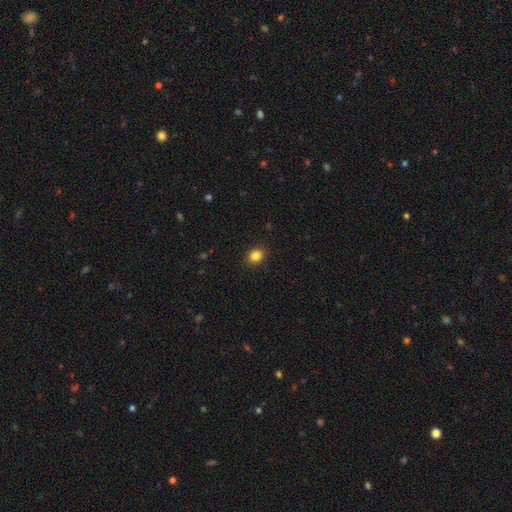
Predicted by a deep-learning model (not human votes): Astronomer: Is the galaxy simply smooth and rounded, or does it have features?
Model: smooth — 84%.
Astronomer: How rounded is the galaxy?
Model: round — 69%.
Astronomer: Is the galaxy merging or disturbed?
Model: none — 90%.